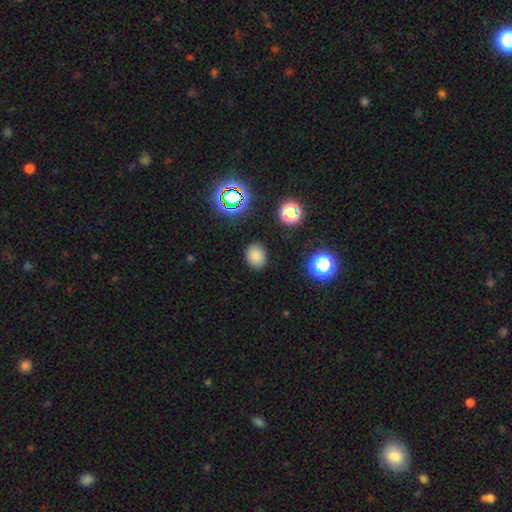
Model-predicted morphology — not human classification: smooth-or-featured: smooth: 79% | star or artifact: 16% | featured or disk: 5%
  how-rounded: round: 59% | in between: 40% | cigar-shaped: 1%
  merging: none: 87% | minor disturbance: 9% | major disturbance: 3% | merger: 1%